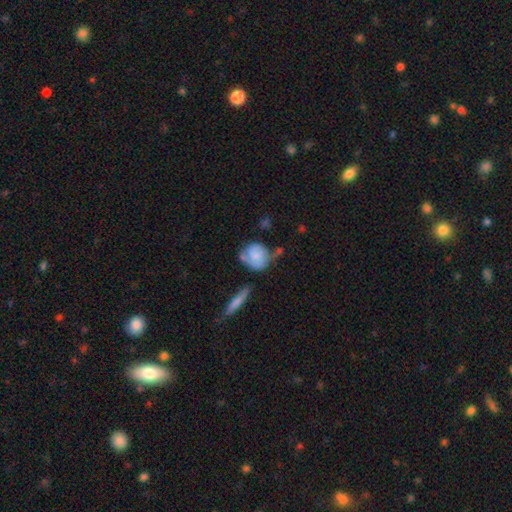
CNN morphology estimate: type=smooth (56%); roundness=round (73%); merging=none (44%).